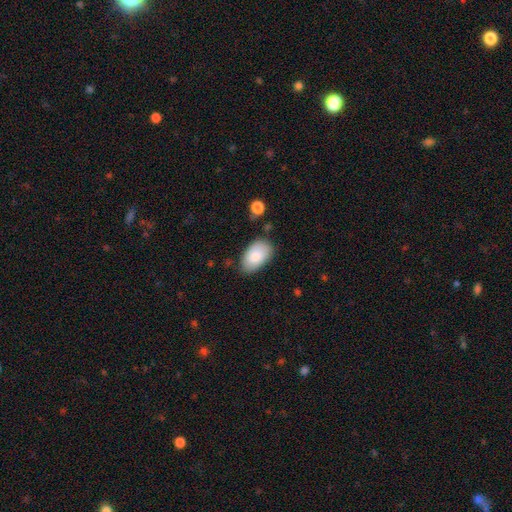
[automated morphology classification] Smooth or featured? smooth (84%)
How rounded? in between (94%)
Merging? none (74%)